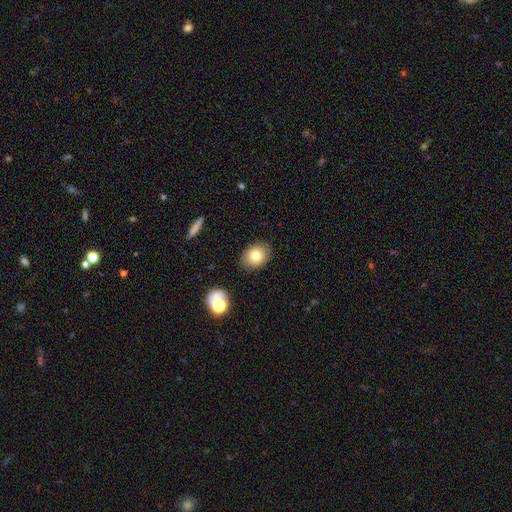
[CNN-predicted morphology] This appears to be a smooth galaxy with no disk features (78%) that is in between round and cigar-shaped (51%). Merging: none (85%).